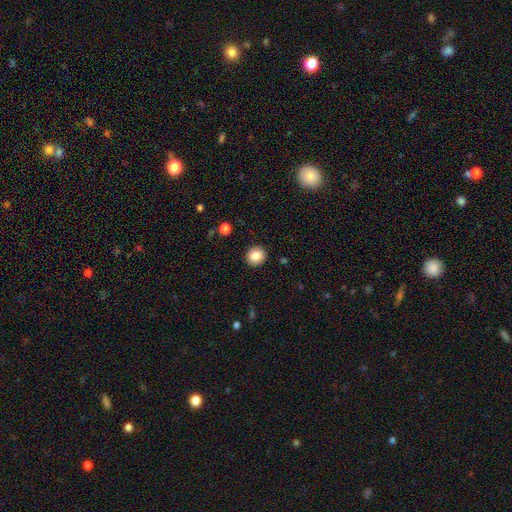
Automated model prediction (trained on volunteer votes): Smooth or featured?
  - smooth: 84% *
  - star or artifact: 9%
  - featured or disk: 7%
How rounded?
  - round: 92% *
  - in between: 7%
  - cigar-shaped: 1%
Merging?
  - none: 92% *
  - minor disturbance: 5%
  - major disturbance: 2%
  - merger: 1%